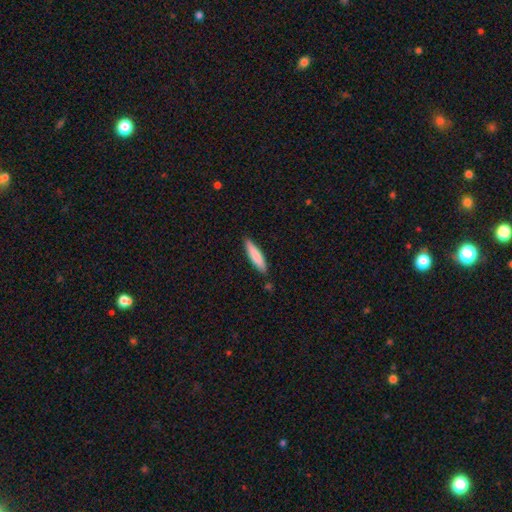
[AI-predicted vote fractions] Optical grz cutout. It shows a smooth galaxy with no disk features (81%) that is cigar-shaped (82%). Merging: none (86%).